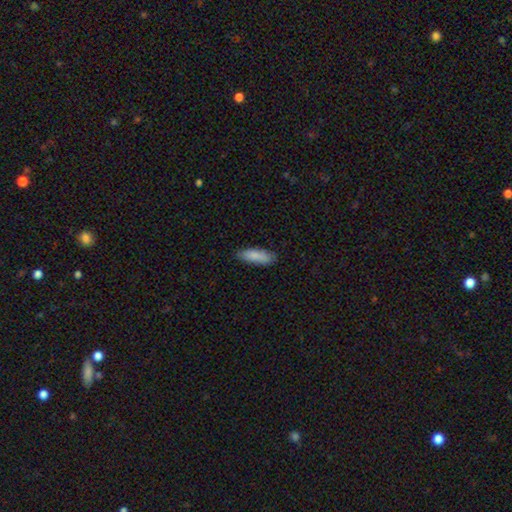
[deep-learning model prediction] smooth-or-featured: smooth: 86% | featured or disk: 8% | star or artifact: 6%
  how-rounded: in between: 60% | cigar-shaped: 39% | round: 2%
  merging: none: 79% | minor disturbance: 17% | major disturbance: 3% | merger: 1%